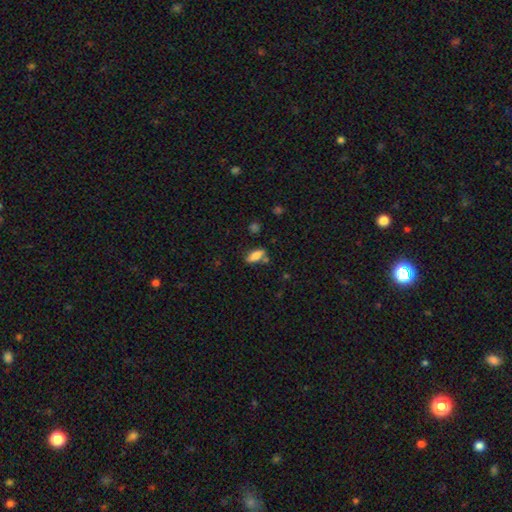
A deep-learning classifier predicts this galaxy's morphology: A smooth galaxy with no disk features (76%) that is in between round and cigar-shaped (77%).

Vote fractions:
- Smooth or featured? smooth: 76% / featured or disk: 16% / star or artifact: 8%
- How rounded? in between: 77% / cigar-shaped: 20% / round: 3%
- Merging? none: 70% / minor disturbance: 16% / merger: 10% / major disturbance: 4%